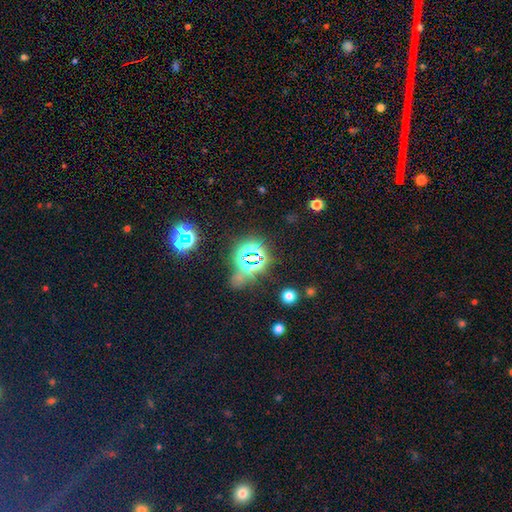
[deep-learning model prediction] A star or artifact, not a galaxy (78%).

Vote fractions:
- Smooth or featured? star or artifact: 78% / smooth: 14% / featured or disk: 8%